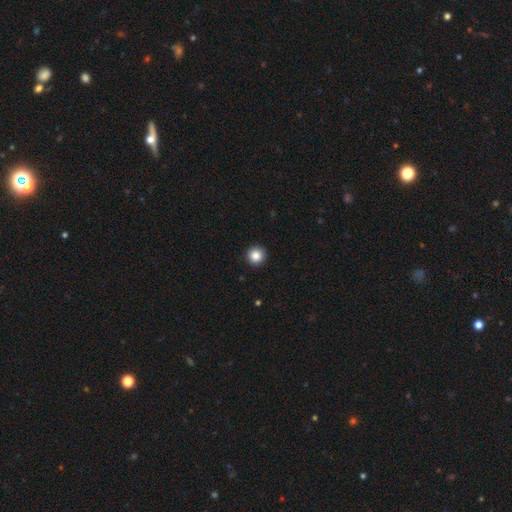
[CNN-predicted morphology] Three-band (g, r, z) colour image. It shows a smooth galaxy with no disk features (86%) that is round (96%). Merging: none (93%).